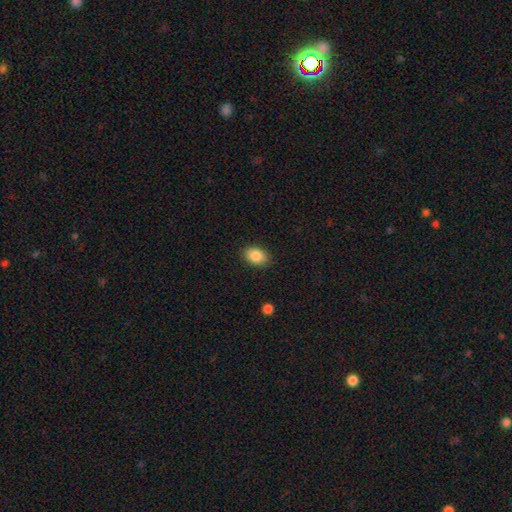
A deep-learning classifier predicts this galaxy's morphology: Smooth or featured? smooth (87%)
How rounded? in between (84%)
Merging? none (86%)